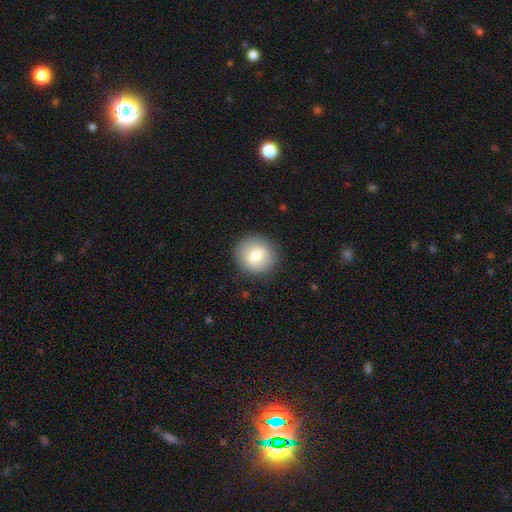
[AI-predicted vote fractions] Smooth or featured? smooth (74%)
How rounded? round (90%)
Merging? none (88%)